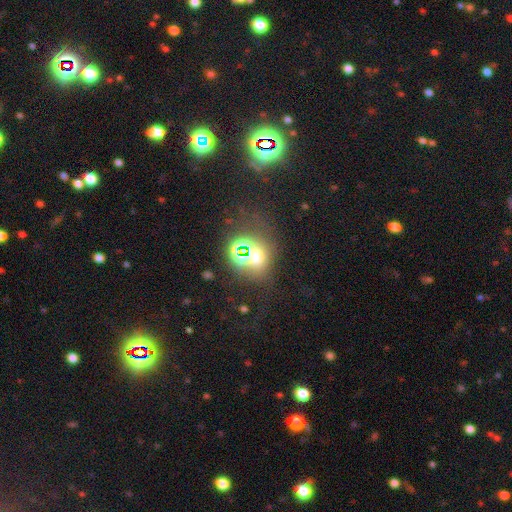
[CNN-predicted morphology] A star or artifact, not a galaxy (48%).

Vote fractions:
- Smooth or featured? star or artifact: 48% / smooth: 40% / featured or disk: 12%